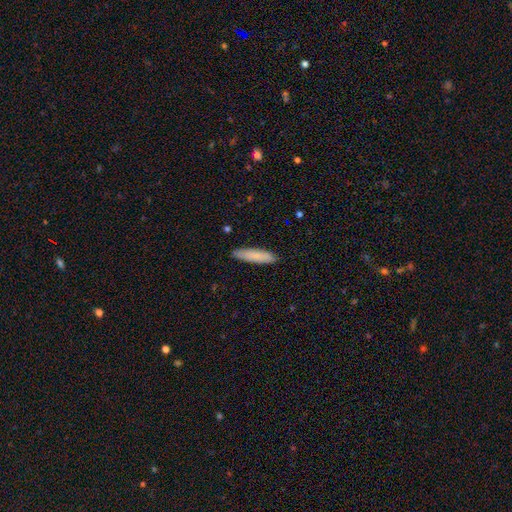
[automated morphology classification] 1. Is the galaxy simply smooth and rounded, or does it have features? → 82% smooth, 12% featured or disk, 6% star or artifact.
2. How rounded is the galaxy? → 79% cigar-shaped, 20% in between, 1% round.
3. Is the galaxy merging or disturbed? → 88% none, 9% minor disturbance, 2% major disturbance, 1% merger.